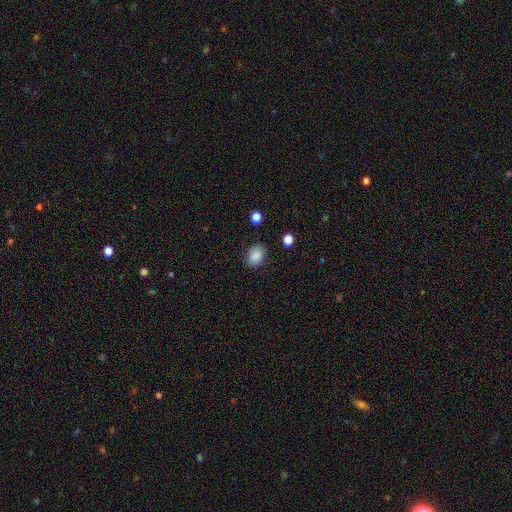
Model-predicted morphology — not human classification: This is clearly a smooth galaxy (85%). How rounded: likely in between (64%). Merging: clearly none (83%).